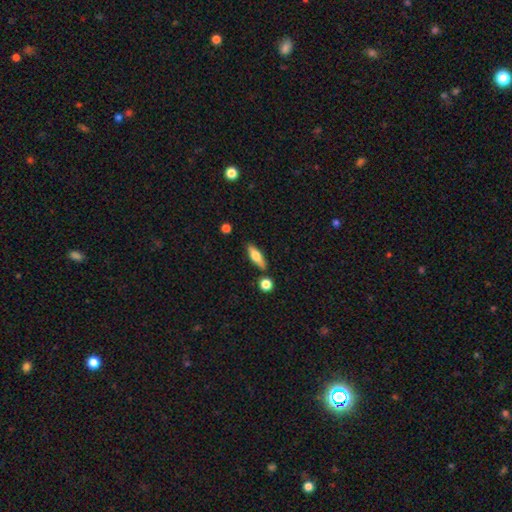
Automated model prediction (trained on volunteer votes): smooth 61%, featured or disk 32%, star or artifact 7%. Down the decision tree: how rounded — in between (48%, tied with cigar-shaped); merging — none (81%).